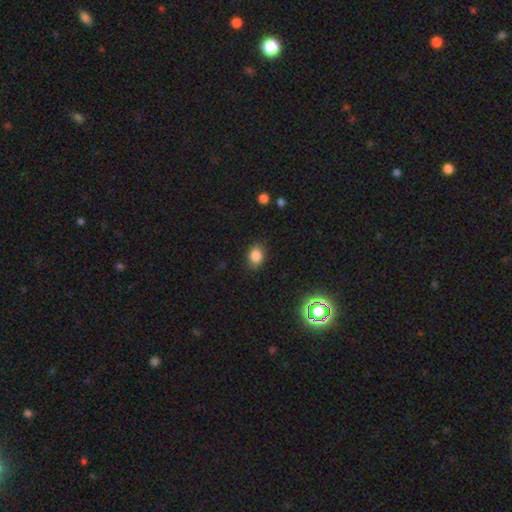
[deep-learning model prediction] smooth-or-featured: smooth: 84% | star or artifact: 11% | featured or disk: 5%
  how-rounded: in between: 63% | round: 36% | cigar-shaped: 1%
  merging: none: 85% | minor disturbance: 11% | major disturbance: 3% | merger: 1%